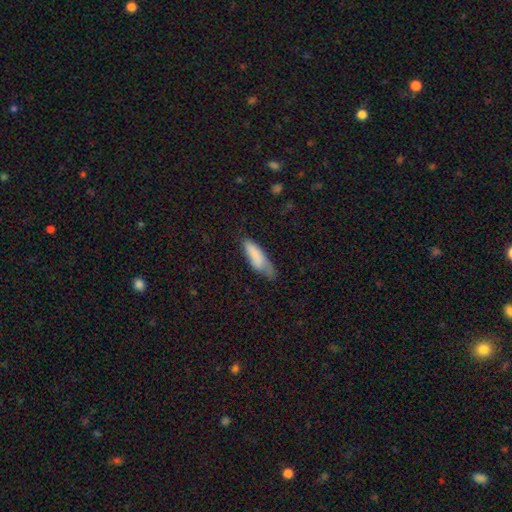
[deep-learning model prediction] Morphology: type=smooth (80%); roundness=in between (52%); merging=none (41%).